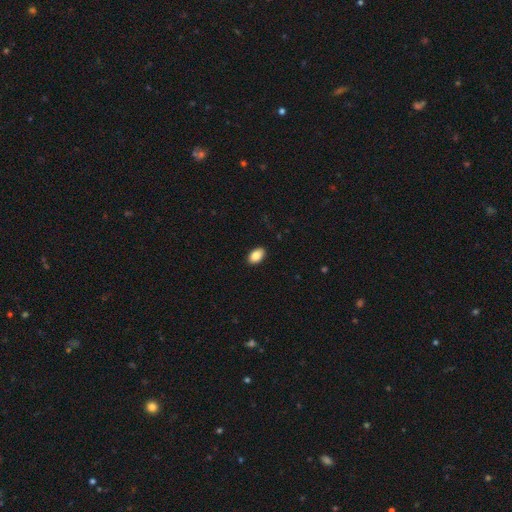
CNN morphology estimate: smooth 86%, star or artifact 7%, featured or disk 6%. Down the decision tree: how rounded — in between (91%); merging — none (90%).